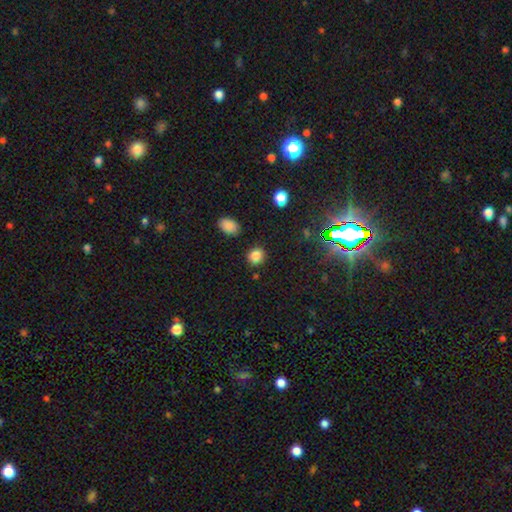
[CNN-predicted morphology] This is clearly a smooth galaxy (84%). How rounded: likely round (76%). Merging: clearly none (84%).